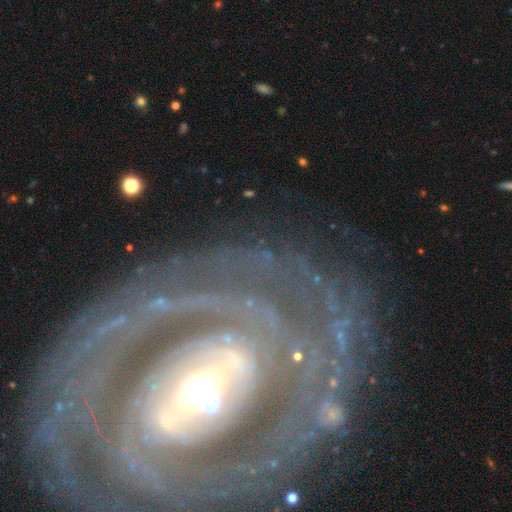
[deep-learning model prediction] A featured or disk galaxy (85%) with a strong bar (46%), 2 (41%) tight (68%) spiral arms (85%) and a moderate central bulge (52%). Merging: none (75%).